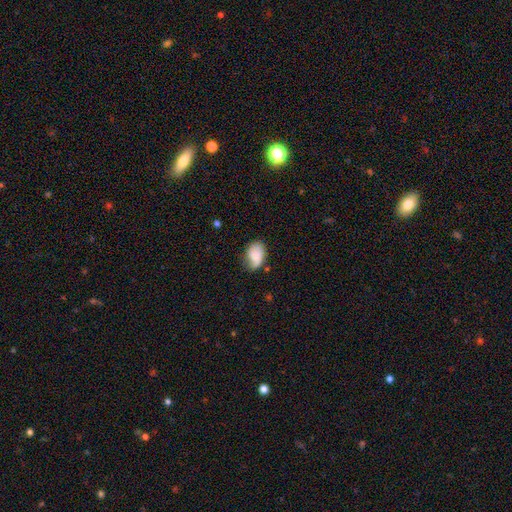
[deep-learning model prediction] This appears to be a smooth galaxy with no disk features (67%) that is in between round and cigar-shaped (84%). Merging: none (55%).